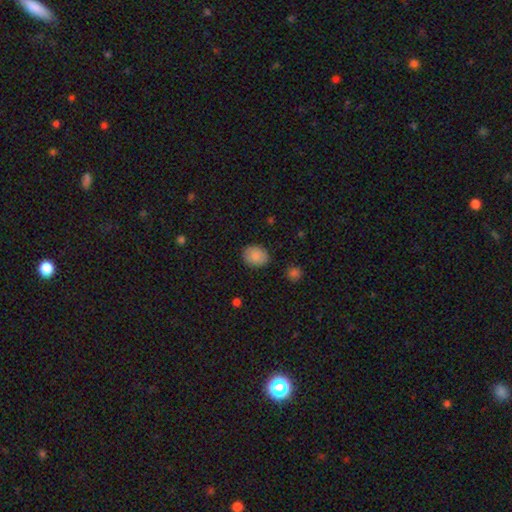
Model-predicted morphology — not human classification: type=smooth (87%); roundness=in between (55%); merging=none (86%).